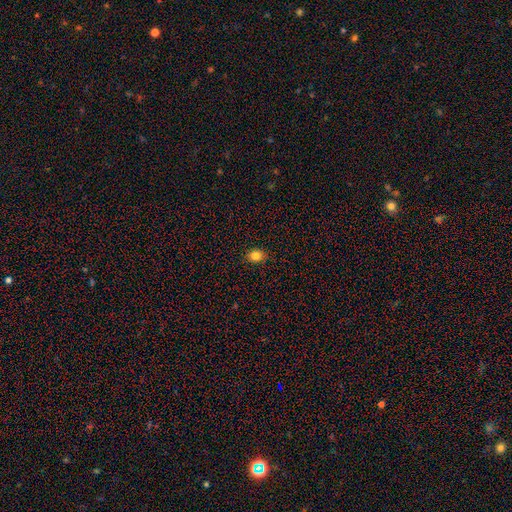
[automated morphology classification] This appears to be a smooth galaxy with no disk features (83%) that is round (50%). Merging: none (88%).